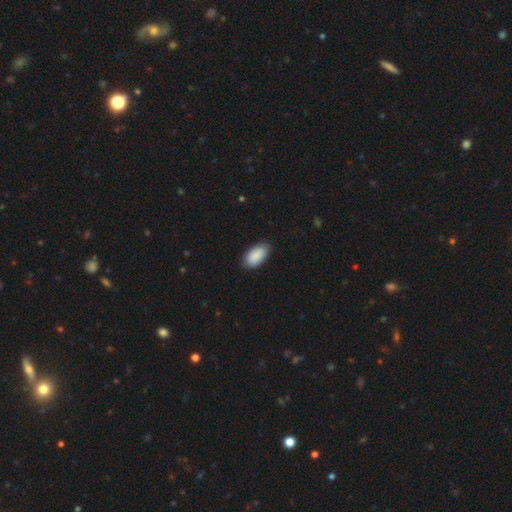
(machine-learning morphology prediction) A smooth galaxy with no disk features (90%) that is in between round and cigar-shaped (95%).

Vote fractions:
- Smooth or featured? smooth: 90% / star or artifact: 6% / featured or disk: 4%
- How rounded? in between: 95% / cigar-shaped: 3% / round: 2%
- Merging? none: 83% / minor disturbance: 13% / major disturbance: 2% / merger: 1%